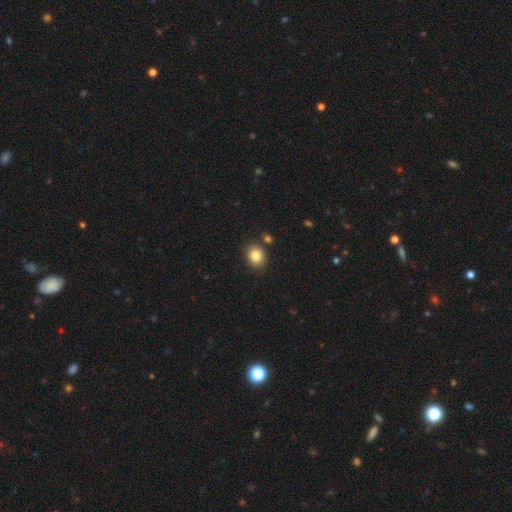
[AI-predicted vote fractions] smooth-or-featured: smooth: 85% | star or artifact: 9% | featured or disk: 6%
  how-rounded: round: 61% | in between: 38% | cigar-shaped: 1%
  merging: none: 82% | minor disturbance: 10% | merger: 5% | major disturbance: 3%